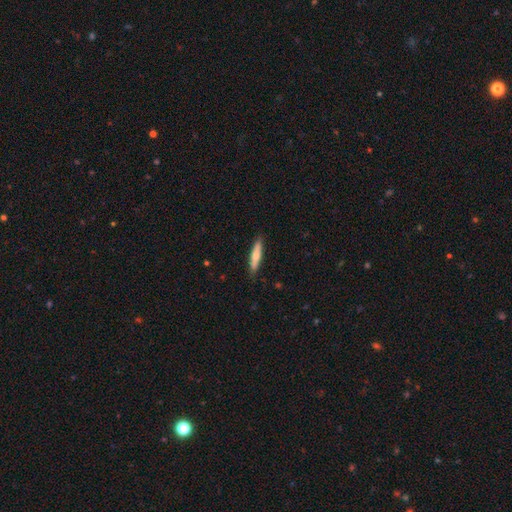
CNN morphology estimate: smooth-or-featured: smooth: 63% | featured or disk: 32% | star or artifact: 6%
  how-rounded: cigar-shaped: 86% | in between: 13% | round: 2%
  merging: none: 89% | minor disturbance: 9% | major disturbance: 2% | merger: 1%